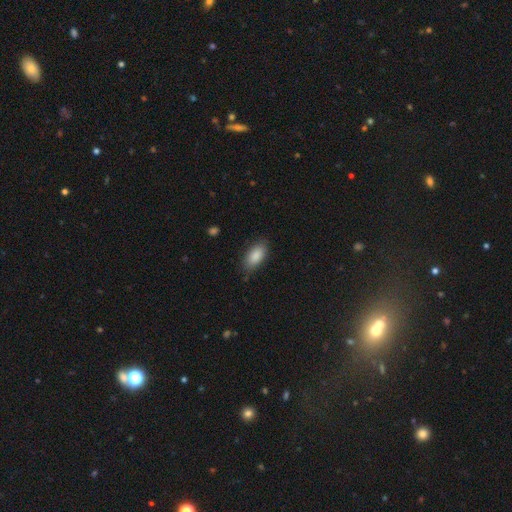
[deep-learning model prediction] A smooth galaxy with no disk features (87%) that is in between round and cigar-shaped (91%). Merging: none (82%).